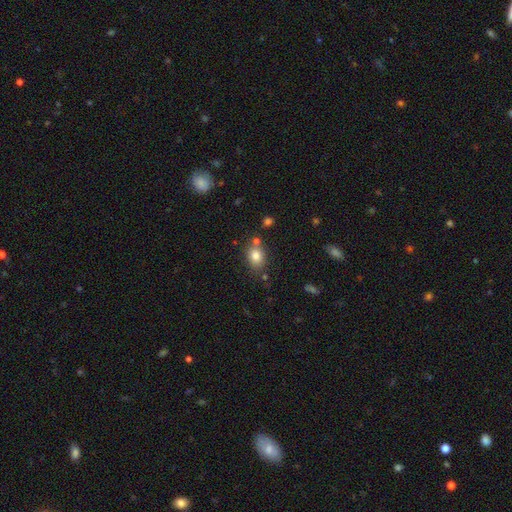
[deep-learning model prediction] Q: Smooth or featured?
A: smooth (81%); runner-up: star or artifact (10%)
Q: How rounded?
A: in between (61%); runner-up: round (38%)
Q: Merging?
A: none (71%); runner-up: minor disturbance (14%)